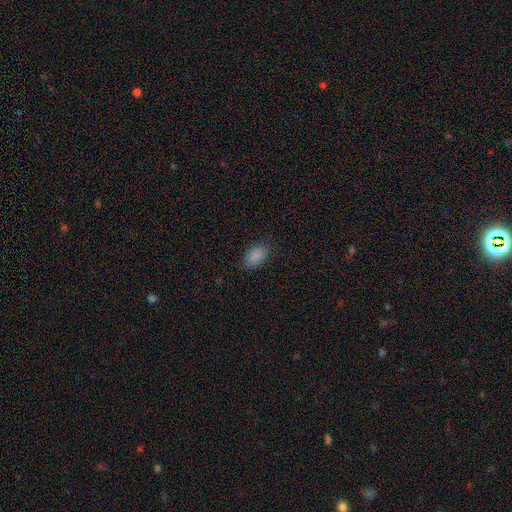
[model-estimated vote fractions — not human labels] smooth 87%, star or artifact 9%, featured or disk 4%. Down the decision tree: how rounded — in between (91%); merging — none (82%).